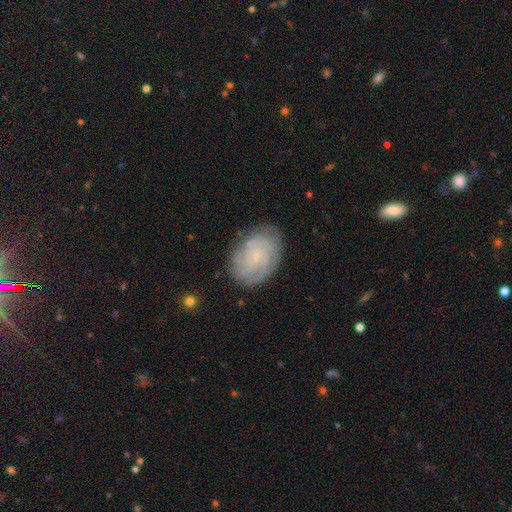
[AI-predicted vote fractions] Q: Smooth or featured?
A: featured or disk (73%); runner-up: smooth (19%)
Q: Edge-on disk?
A: no (97%); runner-up: yes (3%)
Q: Bar?
A: no (80%); runner-up: weak (17%)
Q: Spiral arms?
A: yes (94%); runner-up: no (6%)
Q: Spiral winding?
A: tight (75%); runner-up: medium (20%)
Q: Spiral arm count?
A: can't tell (38%); runner-up: 4 (19%)
Q: Bulge size?
A: small (85%); runner-up: moderate (8%)
Q: Merging?
A: none (80%); runner-up: minor disturbance (14%)